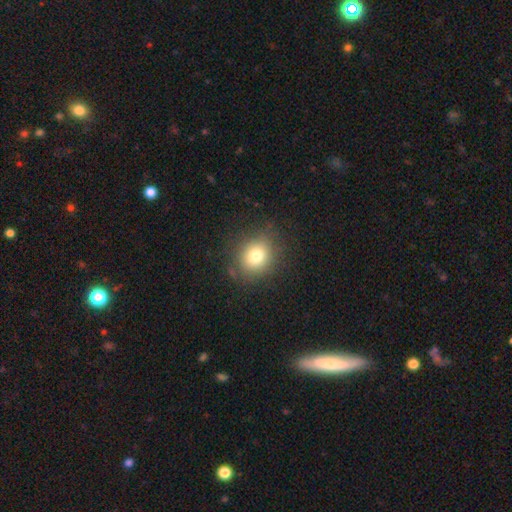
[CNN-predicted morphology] Q: Smooth or featured?
A: smooth (76%); runner-up: star or artifact (13%)
Q: How rounded?
A: round (74%); runner-up: in between (25%)
Q: Merging?
A: none (83%); runner-up: minor disturbance (11%)